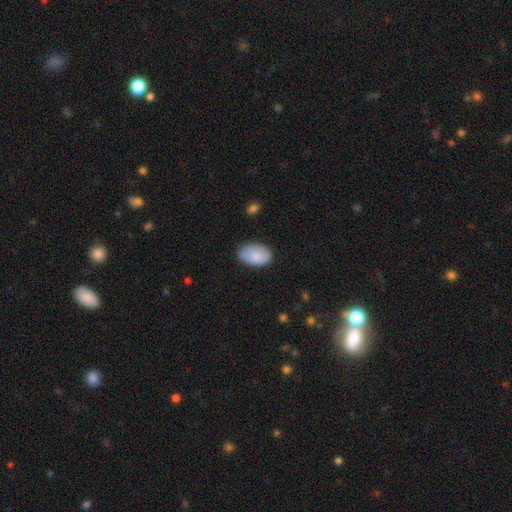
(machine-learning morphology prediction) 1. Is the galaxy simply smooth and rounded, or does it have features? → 83% smooth, 11% featured or disk, 6% star or artifact.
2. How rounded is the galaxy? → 91% in between, 8% round, 1% cigar-shaped.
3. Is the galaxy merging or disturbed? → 78% none, 17% minor disturbance, 3% major disturbance, 1% merger.